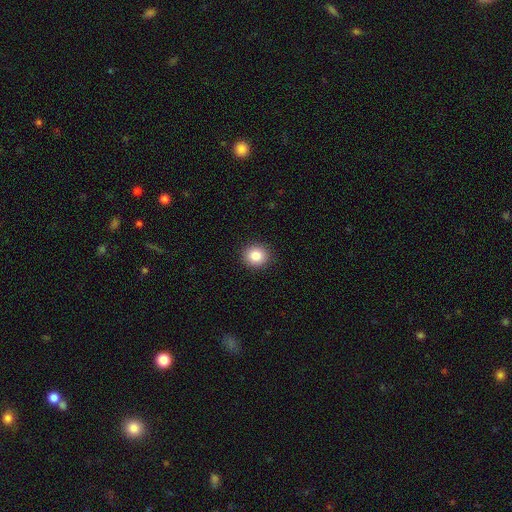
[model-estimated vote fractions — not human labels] A smooth galaxy with no disk features (85%) that is round (86%).

Vote fractions:
- Smooth or featured? smooth: 85% / star or artifact: 10% / featured or disk: 5%
- How rounded? round: 86% / in between: 13% / cigar-shaped: 1%
- Merging? none: 92% / minor disturbance: 6% / major disturbance: 2% / merger: 1%